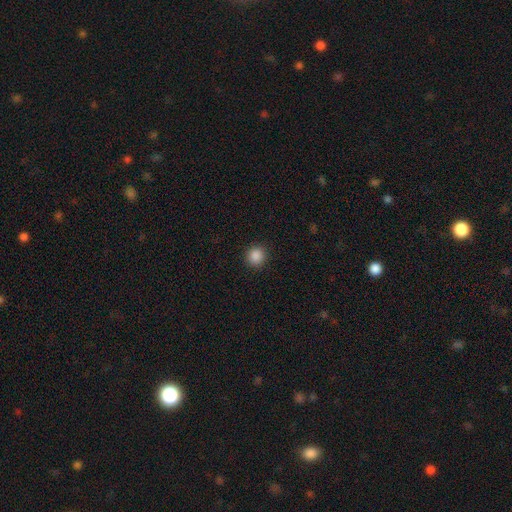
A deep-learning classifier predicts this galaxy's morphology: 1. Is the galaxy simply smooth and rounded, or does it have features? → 87% smooth, 10% star or artifact, 3% featured or disk.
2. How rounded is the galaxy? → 91% round, 8% in between, 1% cigar-shaped.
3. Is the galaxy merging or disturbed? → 91% none, 6% minor disturbance, 2% major disturbance, 1% merger.